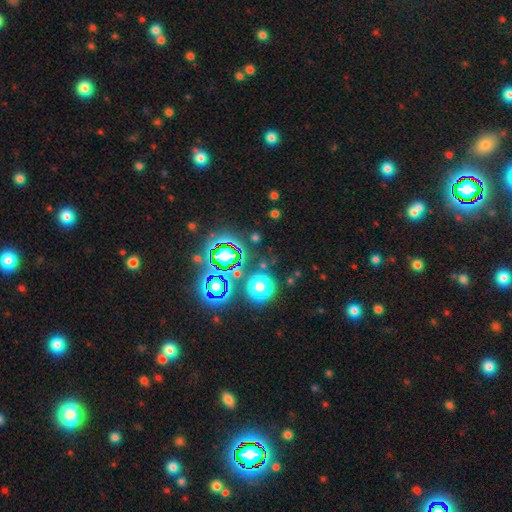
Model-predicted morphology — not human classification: Smooth or featured?
  - star or artifact: 76% *
  - smooth: 16%
  - featured or disk: 8%